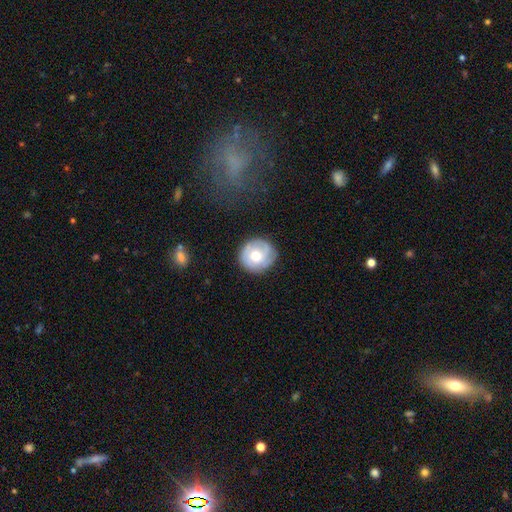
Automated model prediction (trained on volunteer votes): A featured or disk galaxy (51%). Merging: none (77%).